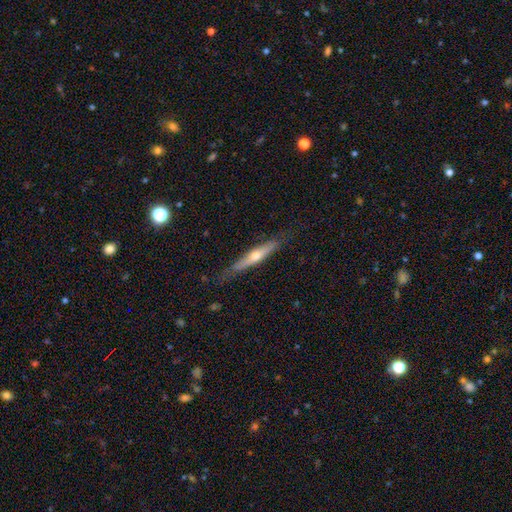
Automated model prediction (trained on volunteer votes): Smooth or featured? Predicted: featured or disk (p=0.60). Edge-on disk? Predicted: yes (p=0.95). Edge-on bulge? Predicted: rounded (p=0.86). Merging? Predicted: none (p=0.79).